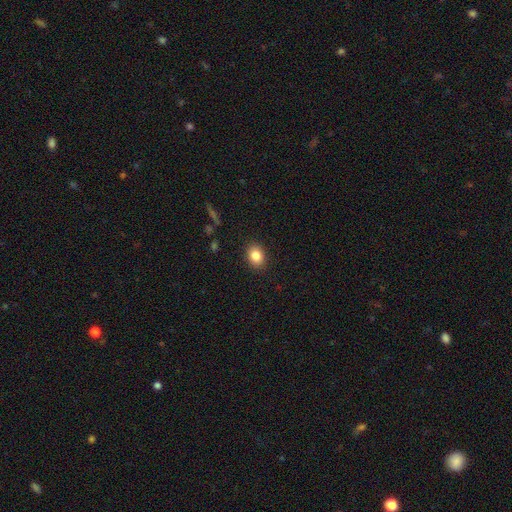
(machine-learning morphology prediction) Smooth or featured: smooth — 84% (star or artifact — 9%)
How rounded: in between — 63% (round — 36%)
Merging: none — 89% (minor disturbance — 8%)